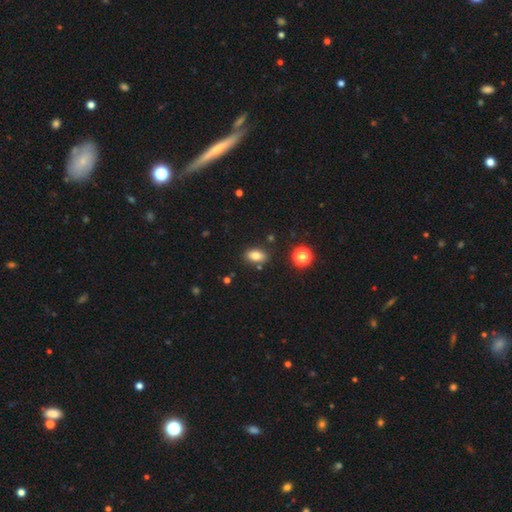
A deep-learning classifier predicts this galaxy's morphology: Smooth or featured?
  - smooth: 81% *
  - star or artifact: 11%
  - featured or disk: 8%
How rounded?
  - in between: 87% *
  - round: 10%
  - cigar-shaped: 3%
Merging?
  - none: 82% *
  - minor disturbance: 11%
  - merger: 4%
  - major disturbance: 3%